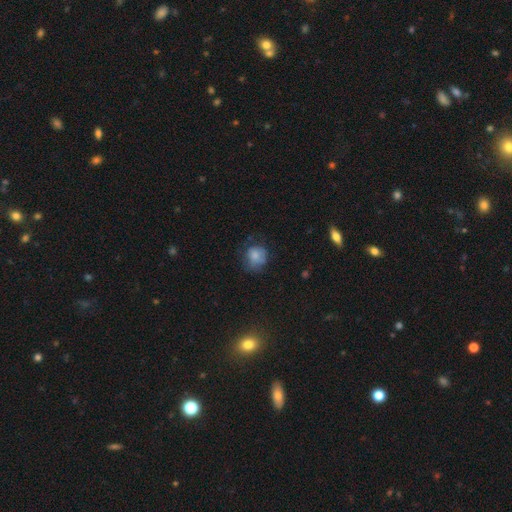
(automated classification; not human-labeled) smooth_or_featured: smooth (p=0.75) [alt: featured or disk p=0.15]
how_rounded: round (p=0.76) [alt: in between p=0.23]
merging: none (p=0.56) [alt: minor disturbance p=0.28]